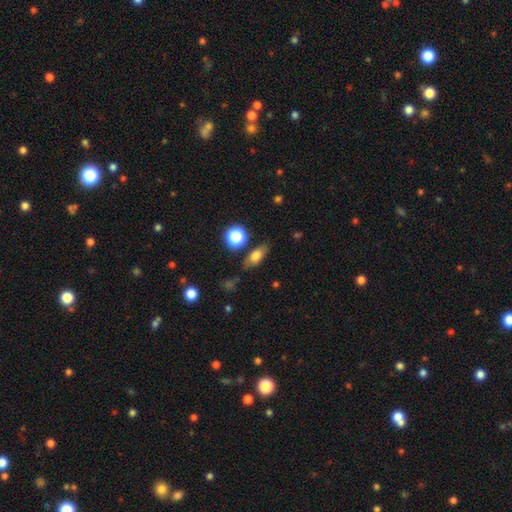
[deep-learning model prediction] Smooth or featured? Predicted: smooth (p=0.70). How rounded? Predicted: in between (p=0.68). Merging? Predicted: none (p=0.76).